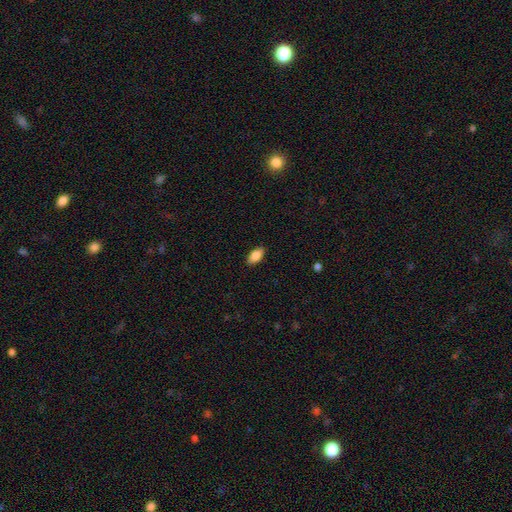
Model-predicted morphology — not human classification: Smooth or featured? Predicted: smooth (p=0.86). How rounded? Predicted: in between (p=0.91). Merging? Predicted: none (p=0.88).